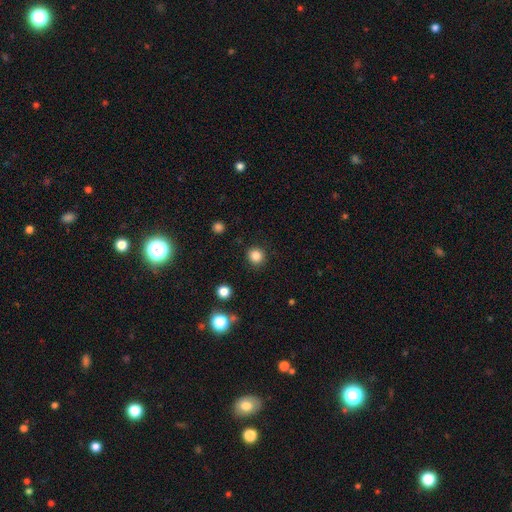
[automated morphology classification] Smooth or featured?
  - smooth: 85% *
  - star or artifact: 12%
  - featured or disk: 3%
How rounded?
  - round: 92% *
  - in between: 7%
  - cigar-shaped: 1%
Merging?
  - none: 89% *
  - minor disturbance: 7%
  - major disturbance: 3%
  - merger: 1%